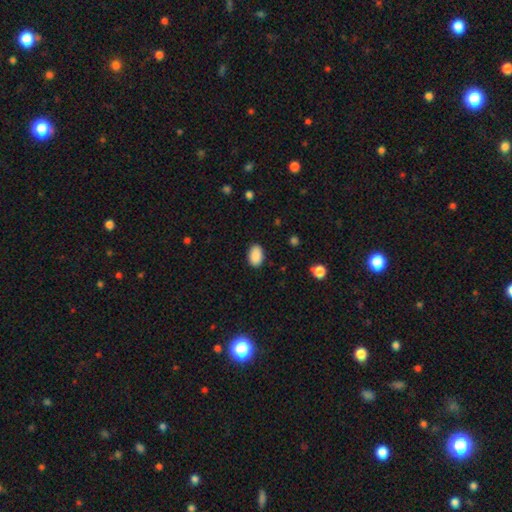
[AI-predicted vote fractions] Q: Smooth or featured?
A: smooth (90%); runner-up: star or artifact (7%)
Q: How rounded?
A: in between (89%); runner-up: round (10%)
Q: Merging?
A: none (87%); runner-up: minor disturbance (10%)